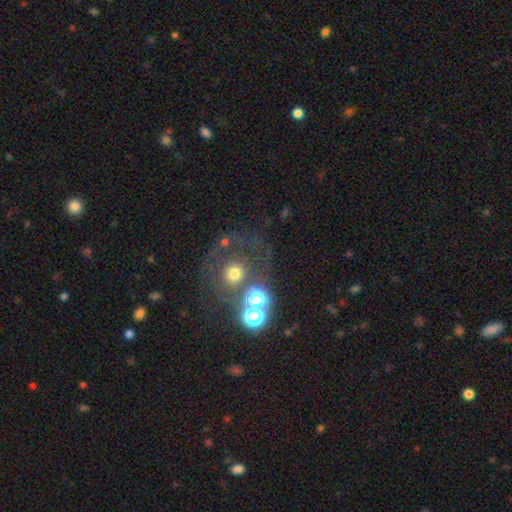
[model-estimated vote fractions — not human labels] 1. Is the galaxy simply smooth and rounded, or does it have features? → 38% featured or disk, 32% smooth, 30% star or artifact.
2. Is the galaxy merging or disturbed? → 51% none, 25% merger, 12% minor disturbance, 12% major disturbance.